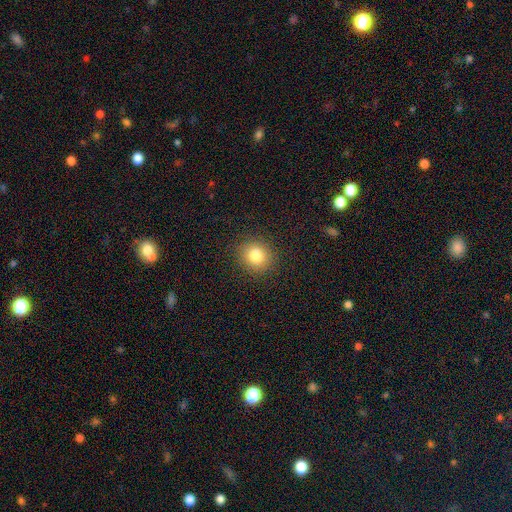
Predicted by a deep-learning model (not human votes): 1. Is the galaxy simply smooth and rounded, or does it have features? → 81% smooth, 12% star or artifact, 7% featured or disk.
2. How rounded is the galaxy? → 84% round, 15% in between, 1% cigar-shaped.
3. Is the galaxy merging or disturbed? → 89% none, 7% minor disturbance, 3% major disturbance, 1% merger.